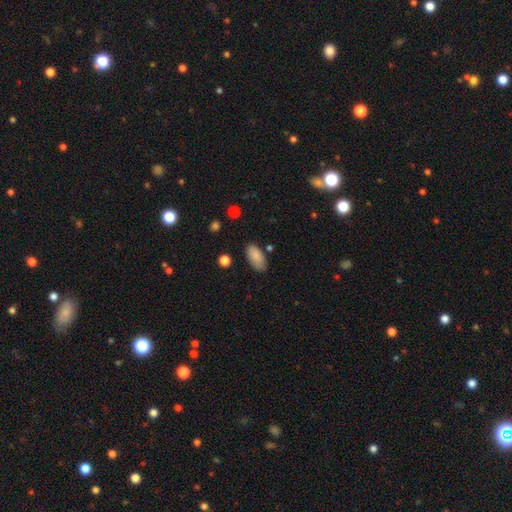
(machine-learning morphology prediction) This appears to be a smooth galaxy with no disk features (87%) that is in between round and cigar-shaped (92%). Merging: none (78%).